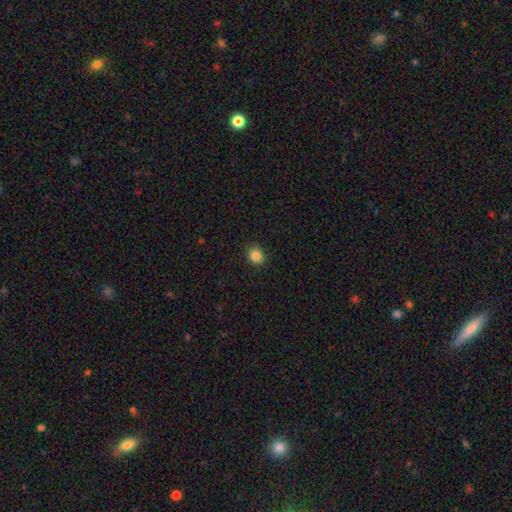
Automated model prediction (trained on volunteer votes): A smooth galaxy with no disk features (85%) that is round (73%).

Vote fractions:
- Smooth or featured? smooth: 85% / star or artifact: 11% / featured or disk: 4%
- How rounded? round: 73% / in between: 26% / cigar-shaped: 1%
- Merging? none: 91% / minor disturbance: 6% / major disturbance: 2% / merger: 1%